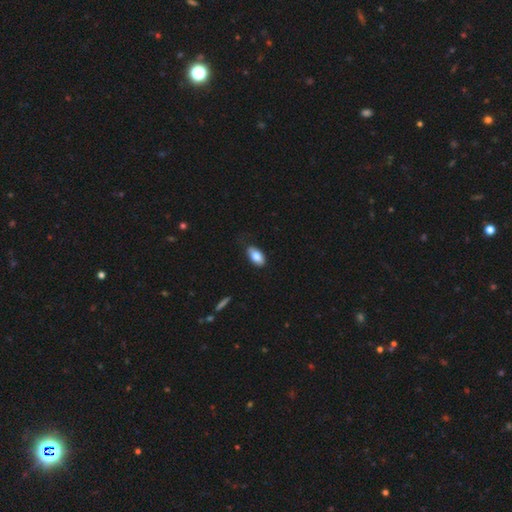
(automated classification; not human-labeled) smooth 79%, featured or disk 14%, star or artifact 7%. Down the decision tree: how rounded — in between (92%); merging — none (74%).